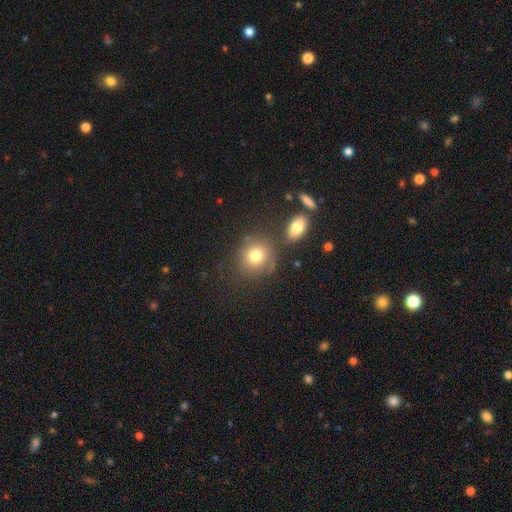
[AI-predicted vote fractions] Overall: smooth (77%). How rounded: round (80%). Merging: none (70%).